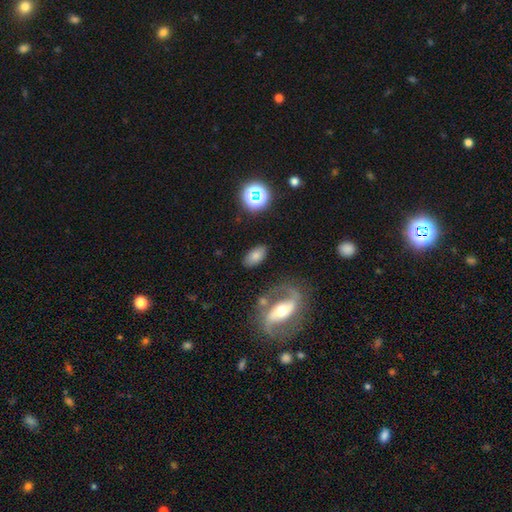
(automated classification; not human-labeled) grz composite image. It shows a smooth galaxy with no disk features (71%) that is in between round and cigar-shaped (91%). Merging: none (78%).